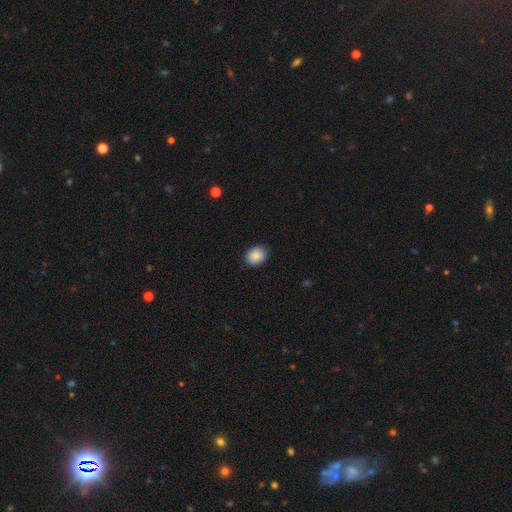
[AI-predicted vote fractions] A smooth galaxy with no disk features (89%) that is in between round and cigar-shaped (57%). Merging: none (88%).